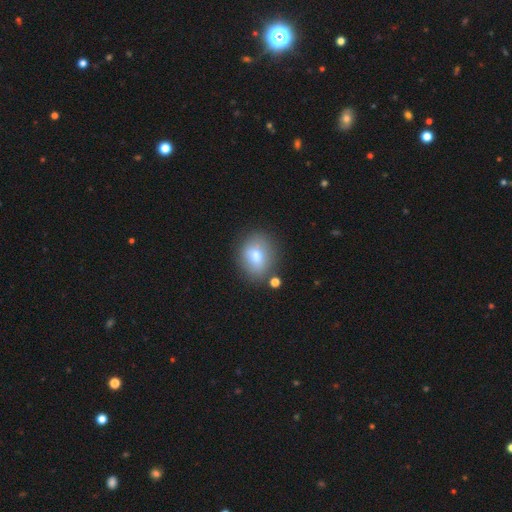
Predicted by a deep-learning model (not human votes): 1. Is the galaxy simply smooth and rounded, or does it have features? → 74% smooth, 16% featured or disk, 10% star or artifact.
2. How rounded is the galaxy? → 51% round, 47% in between, 1% cigar-shaped.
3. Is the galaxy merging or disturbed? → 79% none, 12% minor disturbance, 5% merger, 3% major disturbance.